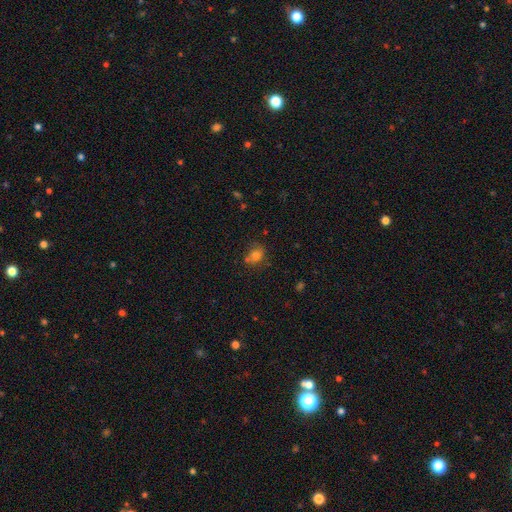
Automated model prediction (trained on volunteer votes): A smooth galaxy with no disk features (76%) that is round (55%). Merging: none (59%).